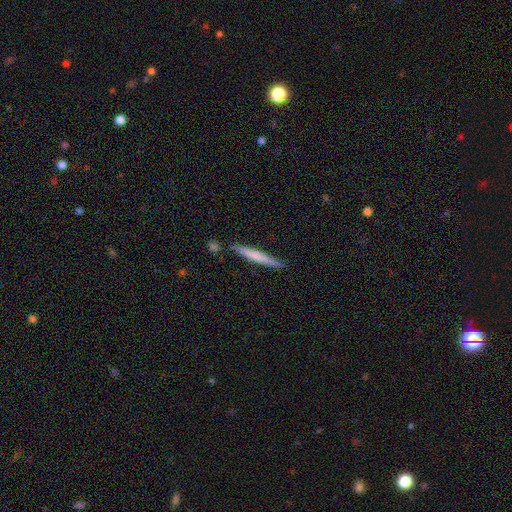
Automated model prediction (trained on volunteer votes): Overall: smooth (60%; featured or disk 35%). How rounded: cigar-shaped (96%). Merging: none (85%).